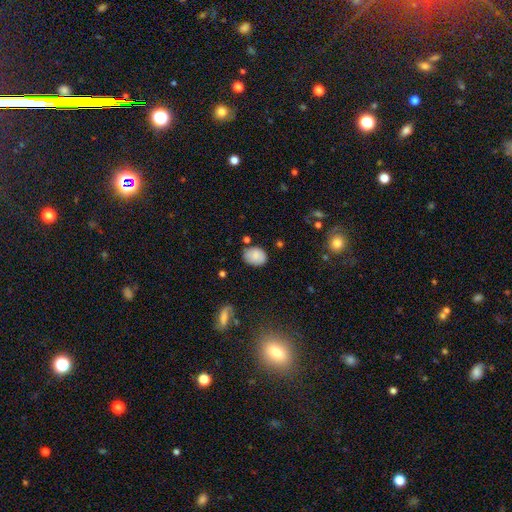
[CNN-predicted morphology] A smooth galaxy with no disk features (83%) that is in between round and cigar-shaped (65%). Merging: none (73%).